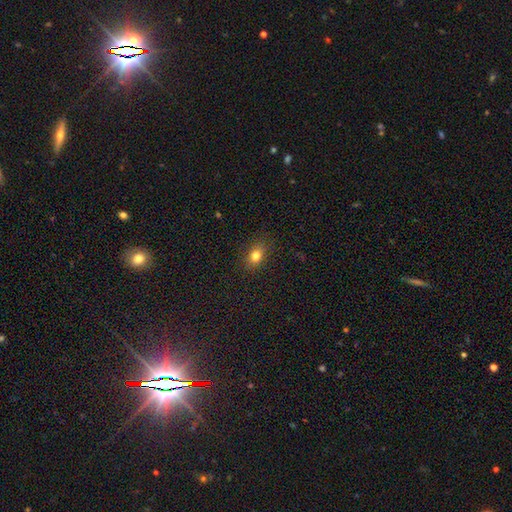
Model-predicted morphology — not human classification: smooth 80%, star or artifact 11%, featured or disk 9%. Down the decision tree: how rounded — in between (72%); merging — none (86%).